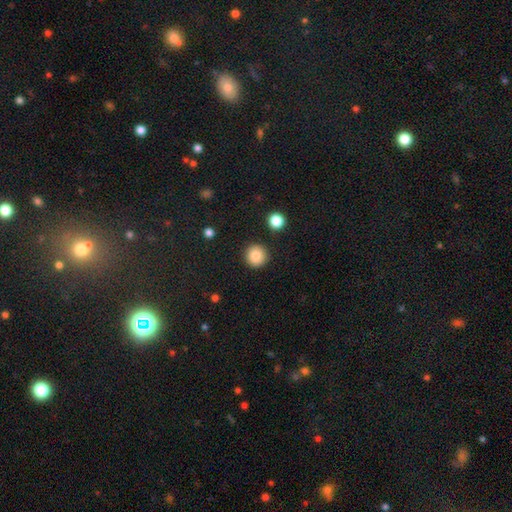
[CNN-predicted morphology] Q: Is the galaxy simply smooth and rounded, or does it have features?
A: smooth — 85%.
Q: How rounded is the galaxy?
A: round — 95%.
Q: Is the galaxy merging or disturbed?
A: none — 91%.